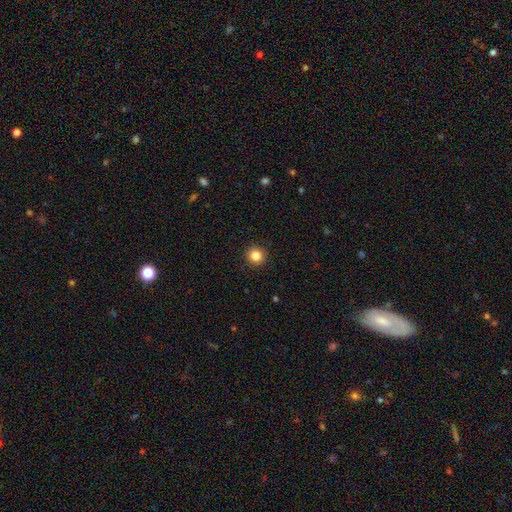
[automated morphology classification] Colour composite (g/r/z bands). It shows a smooth galaxy with no disk features (84%) that is round (94%). Merging: none (93%).